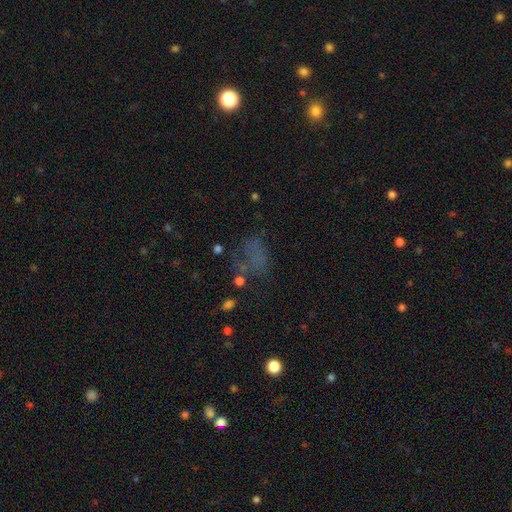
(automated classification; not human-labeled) Q: Smooth or featured?
A: smooth (41%); runner-up: star or artifact (31%)
Q: Merging?
A: none (42%); runner-up: major disturbance (31%)